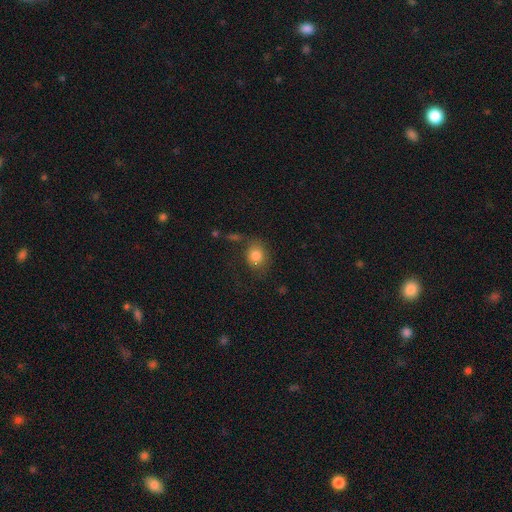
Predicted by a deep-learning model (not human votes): Smooth or featured? smooth (81%)
How rounded? round (64%)
Merging? none (63%)